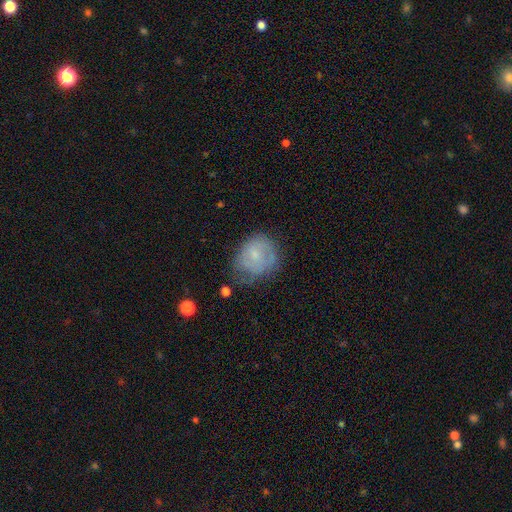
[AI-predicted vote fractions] Q: Smooth or featured?
A: smooth (50%); runner-up: featured or disk (41%)
Q: How rounded?
A: round (70%); runner-up: in between (29%)
Q: Merging?
A: none (47%); runner-up: minor disturbance (32%)